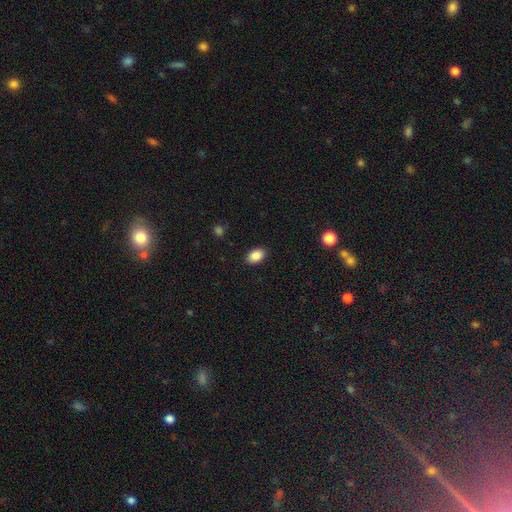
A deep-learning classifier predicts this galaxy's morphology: Q: Smooth or featured?
A: smooth (88%); runner-up: star or artifact (8%)
Q: How rounded?
A: in between (89%); runner-up: round (9%)
Q: Merging?
A: none (89%); runner-up: minor disturbance (8%)